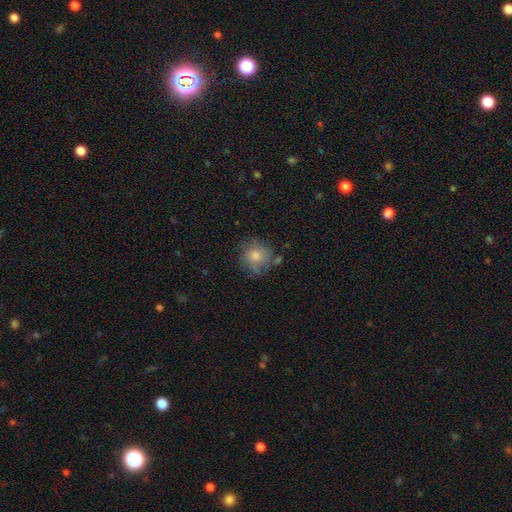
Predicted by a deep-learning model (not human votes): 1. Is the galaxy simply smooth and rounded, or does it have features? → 67% smooth, 24% featured or disk, 10% star or artifact.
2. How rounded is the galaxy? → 85% round, 14% in between, 1% cigar-shaped.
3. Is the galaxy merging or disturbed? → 65% none, 21% minor disturbance, 9% major disturbance, 5% merger.